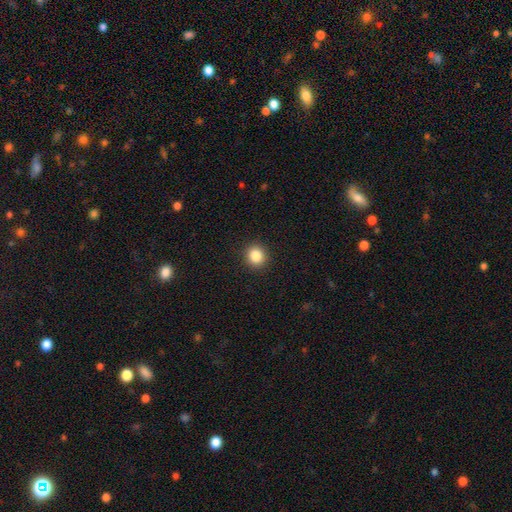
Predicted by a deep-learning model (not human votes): This appears to be a smooth galaxy with no disk features (85%) that is round (88%). Merging: none (92%).